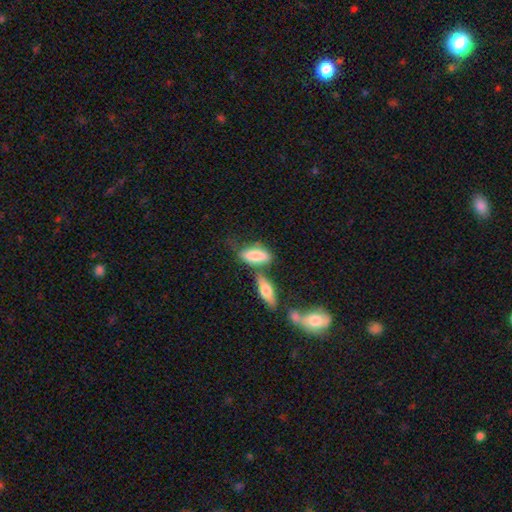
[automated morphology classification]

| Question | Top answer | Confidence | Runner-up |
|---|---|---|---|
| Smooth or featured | smooth | 80% | featured or disk (14%) |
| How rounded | in between | 81% | cigar-shaped (17%) |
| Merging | none | 42% | merger (33%) |